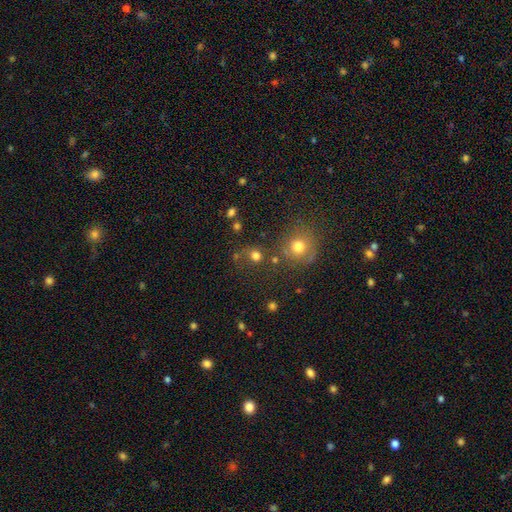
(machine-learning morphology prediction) Q: Smooth or featured?
A: smooth (74%); runner-up: star or artifact (18%)
Q: How rounded?
A: round (86%); runner-up: in between (13%)
Q: Merging?
A: none (67%); runner-up: merger (13%)